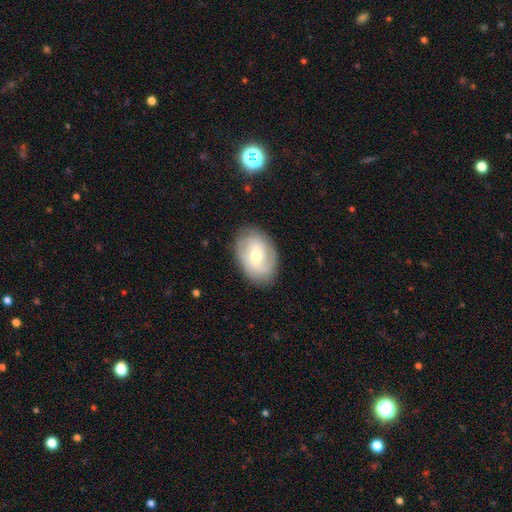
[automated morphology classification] Overall: featured or disk (71%). Edge-on disk: no (96%). Bar: no (49%; weak 42%). Spiral arms: yes (88%). Spiral arm count: 2 (36%; can't tell 30%). Spiral winding: tight (55%; medium 33%). Bulge size: moderate (66%; small 28%). Merging: none (81%).